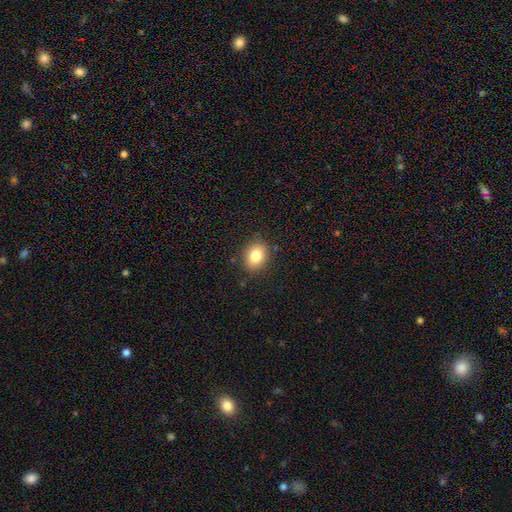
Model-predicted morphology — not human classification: Smooth or featured: smooth — 81% (star or artifact — 10%)
How rounded: in between — 54% (round — 45%)
Merging: none — 86% (minor disturbance — 10%)